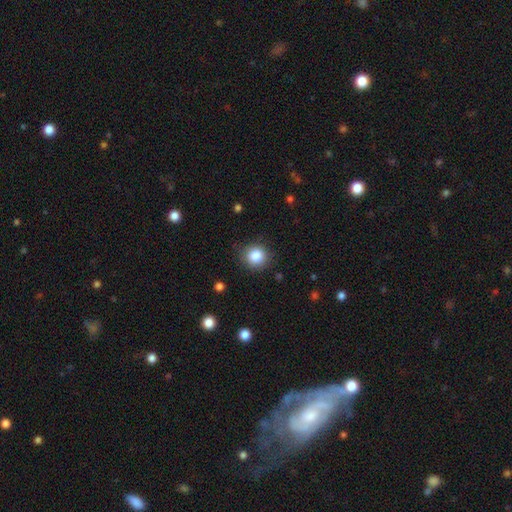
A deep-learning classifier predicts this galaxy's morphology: This is clearly a smooth galaxy (84%). How rounded: clearly round (91%). Merging: clearly none (88%).